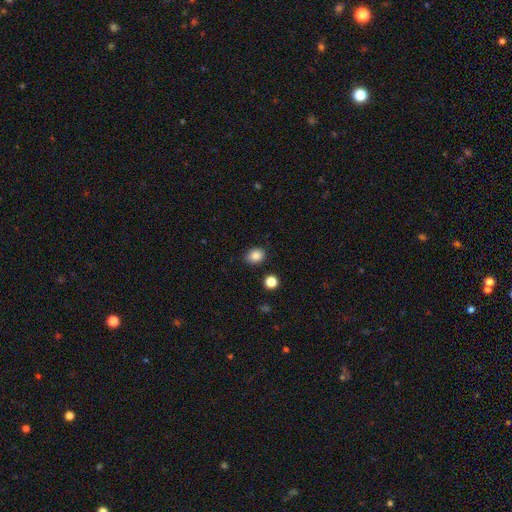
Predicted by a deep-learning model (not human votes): A smooth galaxy with no disk features (85%) that is round (52%).

Vote fractions:
- Smooth or featured? smooth: 85% / star or artifact: 10% / featured or disk: 5%
- How rounded? round: 52% / in between: 47% / cigar-shaped: 1%
- Merging? none: 86% / minor disturbance: 10% / merger: 2% / major disturbance: 2%